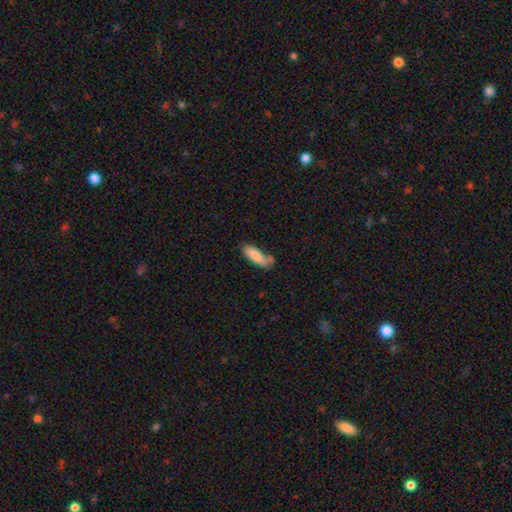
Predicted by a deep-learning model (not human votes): Smooth or featured?
  - smooth: 82% *
  - featured or disk: 12%
  - star or artifact: 6%
How rounded?
  - in between: 53% *
  - cigar-shaped: 45%
  - round: 2%
Merging?
  - none: 55% *
  - minor disturbance: 25%
  - merger: 13%
  - major disturbance: 7%